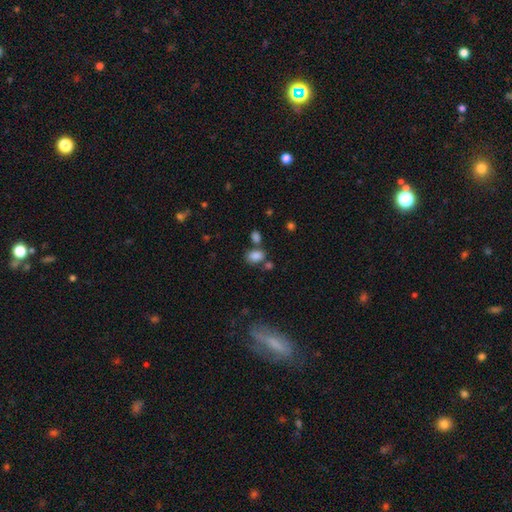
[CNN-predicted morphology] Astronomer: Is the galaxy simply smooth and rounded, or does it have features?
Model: smooth — 83%.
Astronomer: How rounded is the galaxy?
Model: in between — 81%.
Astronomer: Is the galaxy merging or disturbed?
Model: none — 58%.